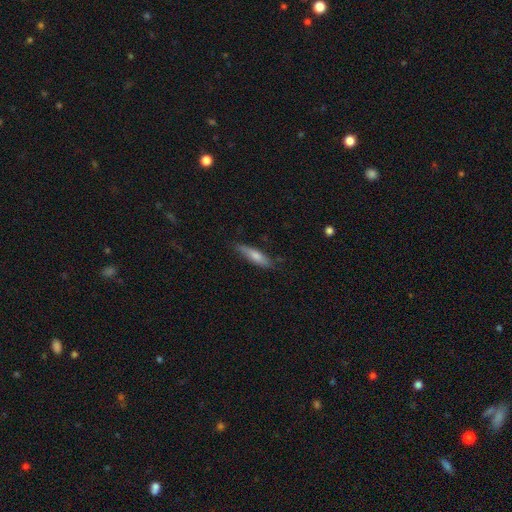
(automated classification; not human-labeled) smooth_or_featured: smooth (p=0.60) [alt: featured or disk p=0.33]
how_rounded: cigar-shaped (p=0.78) [alt: in between p=0.20]
merging: none (p=0.77) [alt: minor disturbance p=0.18]